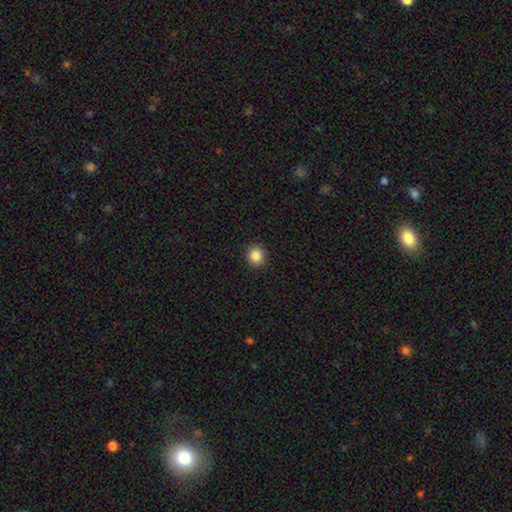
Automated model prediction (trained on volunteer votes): Q: Smooth or featured?
A: smooth (86%); runner-up: star or artifact (10%)
Q: How rounded?
A: round (91%); runner-up: in between (8%)
Q: Merging?
A: none (92%); runner-up: minor disturbance (5%)